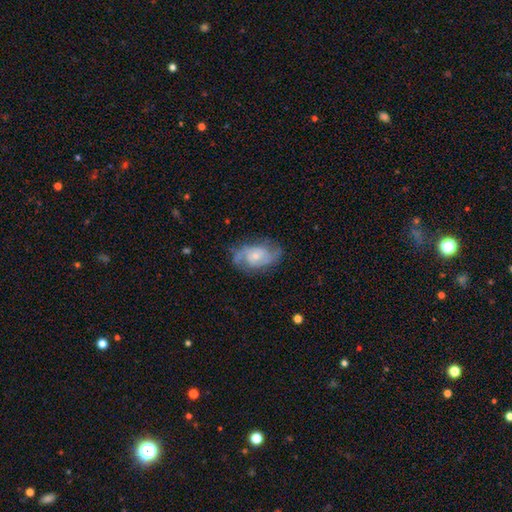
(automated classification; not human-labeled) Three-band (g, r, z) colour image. It shows a featured or disk galaxy (70%) with no bar (69%), 2 (69%) medium (46%) spiral arms (88%) and a small central bulge (59%). Merging: none (66%).